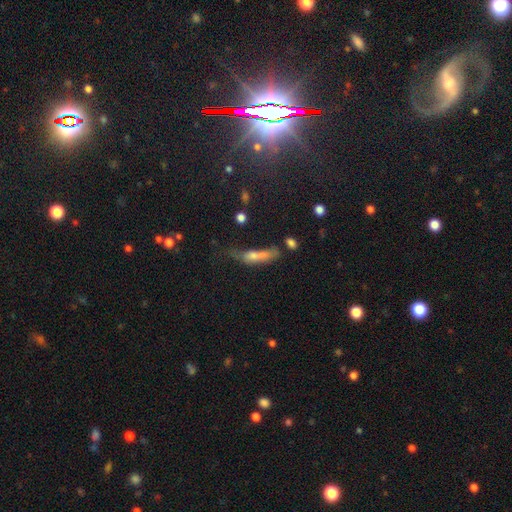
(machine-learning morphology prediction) Smooth or featured: smooth — 60% (featured or disk — 28%)
How rounded: cigar-shaped — 65% (in between — 31%)
Merging: none — 30% (major disturbance — 29%)